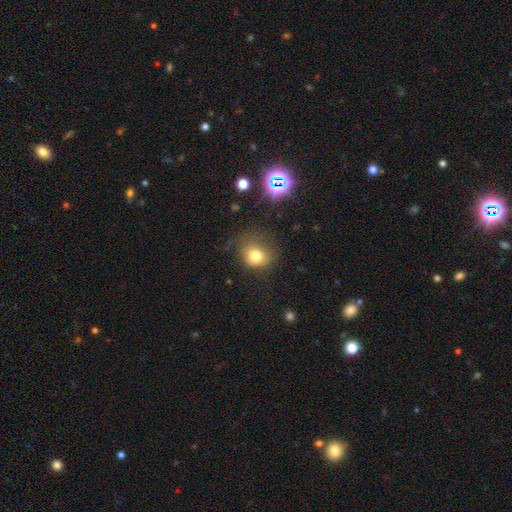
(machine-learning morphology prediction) A smooth galaxy with no disk features (74%) that is round (71%).

Vote fractions:
- Smooth or featured? smooth: 74% / star or artifact: 16% / featured or disk: 10%
- How rounded? round: 71% / in between: 28% / cigar-shaped: 1%
- Merging? none: 59% / minor disturbance: 25% / major disturbance: 14% / merger: 2%